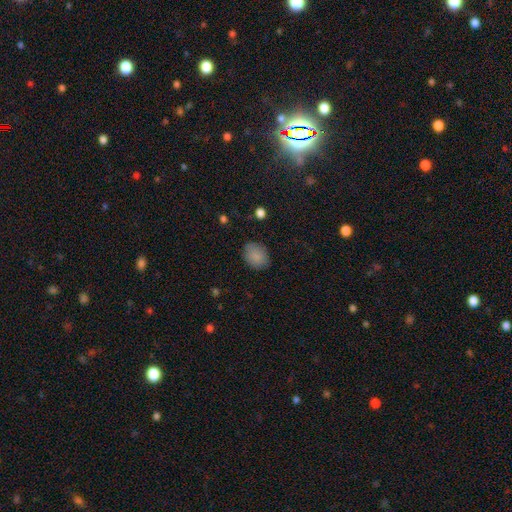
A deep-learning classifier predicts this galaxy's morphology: A smooth galaxy with no disk features (86%) that is in between round and cigar-shaped (65%). Merging: none (81%).